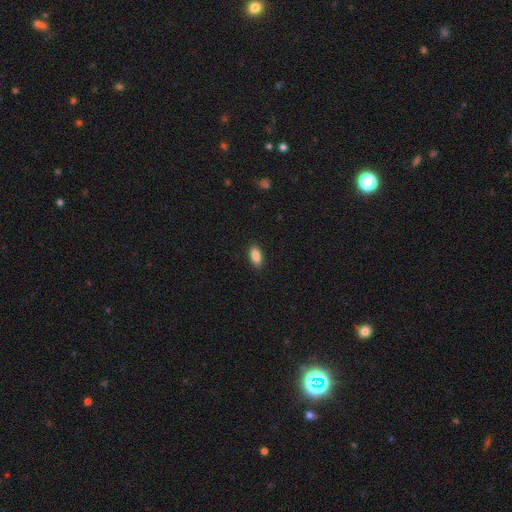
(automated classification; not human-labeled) smooth 87%, star or artifact 7%, featured or disk 5%. Down the decision tree: how rounded — in between (88%); merging — none (89%).